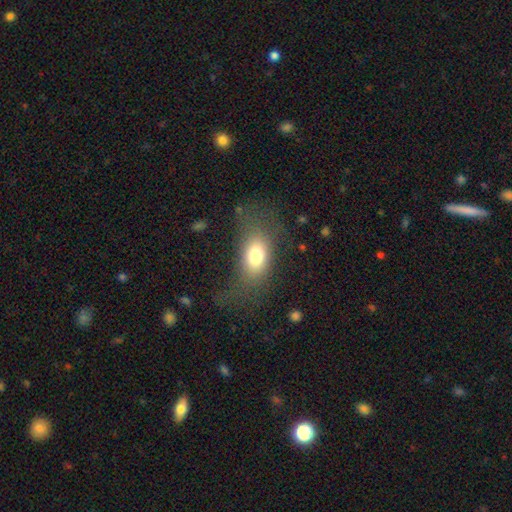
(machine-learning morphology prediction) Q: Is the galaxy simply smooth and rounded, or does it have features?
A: smooth — 73%.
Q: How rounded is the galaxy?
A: in between — 81%.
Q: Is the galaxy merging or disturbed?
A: none — 62%.